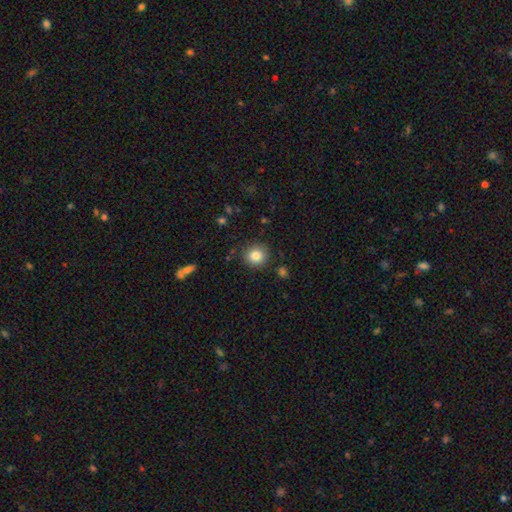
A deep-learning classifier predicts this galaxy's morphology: type=smooth (84%); roundness=round (89%); merging=none (88%).